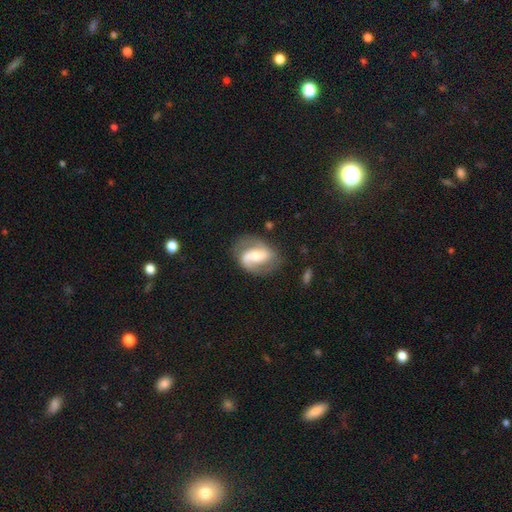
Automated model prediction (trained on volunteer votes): Morphology: type=featured or disk (81%); edge-on=no (97%); bar=weak (38%); spiral arms=yes (94%); winding=medium (45%); arm count=2 (87%); bulge=moderate (53%); merging=none (73%).